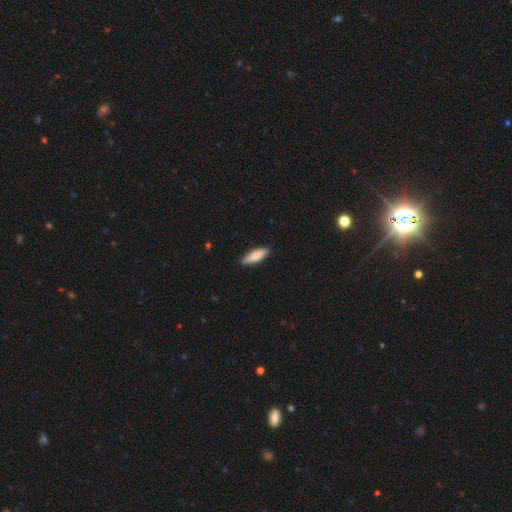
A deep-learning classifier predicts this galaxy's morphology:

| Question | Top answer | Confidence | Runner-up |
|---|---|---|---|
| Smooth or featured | smooth | 83% | featured or disk (12%) |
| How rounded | in between | 51% | cigar-shaped (48%) |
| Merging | none | 89% | minor disturbance (9%) |